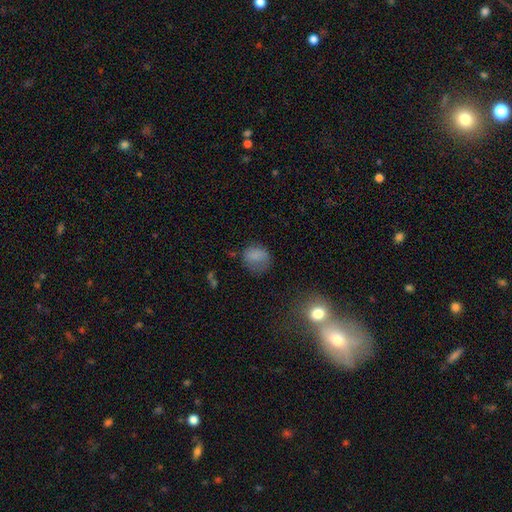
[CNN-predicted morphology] A smooth galaxy with no disk features (78%) that is round (63%).

Vote fractions:
- Smooth or featured? smooth: 78% / star or artifact: 11% / featured or disk: 11%
- How rounded? round: 63% / in between: 36% / cigar-shaped: 1%
- Merging? none: 57% / minor disturbance: 27% / major disturbance: 14% / merger: 2%